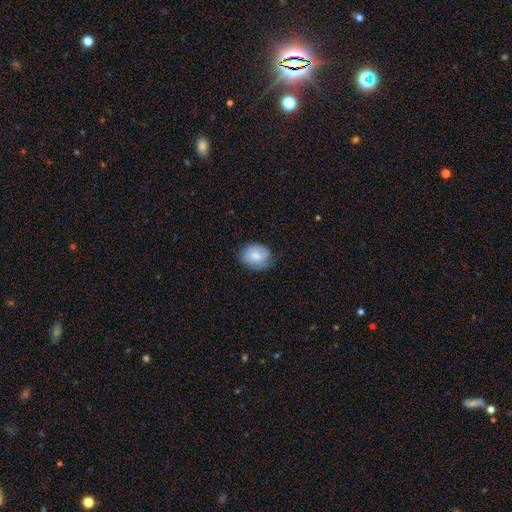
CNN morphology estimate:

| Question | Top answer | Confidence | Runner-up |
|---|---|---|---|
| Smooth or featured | smooth | 69% | featured or disk (24%) |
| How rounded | in between | 55% | round (44%) |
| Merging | none | 64% | minor disturbance (27%) |